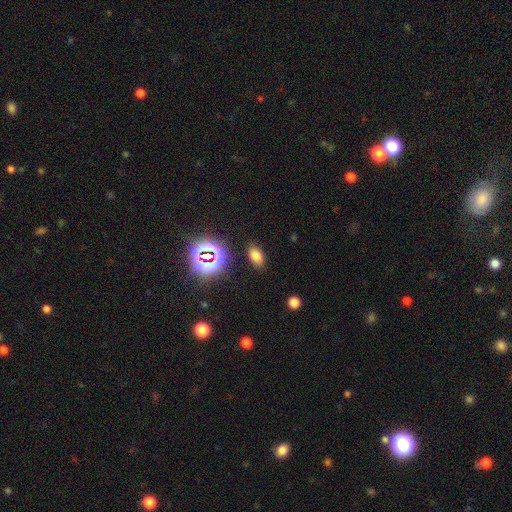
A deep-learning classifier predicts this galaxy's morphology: Q: Smooth or featured?
A: smooth (71%); runner-up: star or artifact (22%)
Q: How rounded?
A: in between (88%); runner-up: round (10%)
Q: Merging?
A: none (85%); runner-up: minor disturbance (10%)